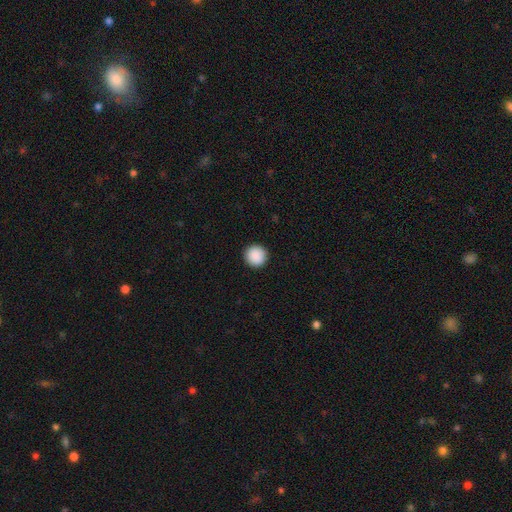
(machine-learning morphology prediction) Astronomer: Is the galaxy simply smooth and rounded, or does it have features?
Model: smooth — 90%.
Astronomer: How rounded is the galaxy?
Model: round — 96%.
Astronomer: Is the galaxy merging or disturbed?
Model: none — 94%.